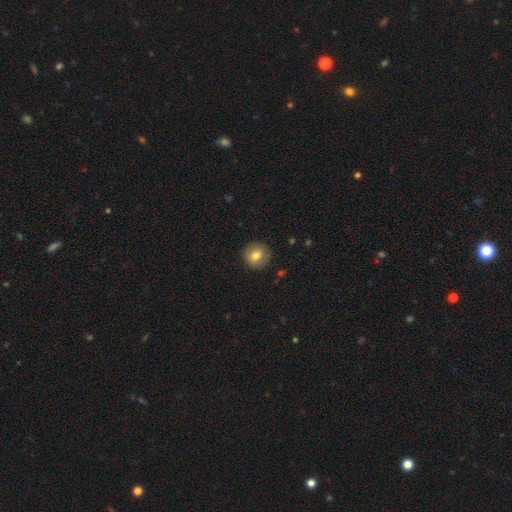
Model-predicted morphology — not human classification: A smooth galaxy with no disk features (75%) that is round (93%). Merging: none (88%).